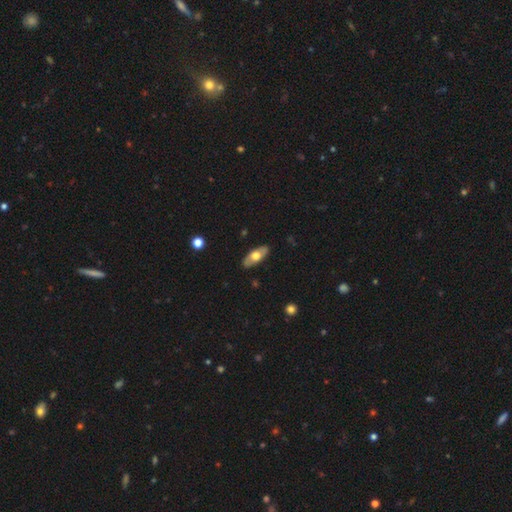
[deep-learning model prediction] Smooth or featured? Predicted: smooth (p=0.52). How rounded? Predicted: in between (p=0.81). Merging? Predicted: none (p=0.87).